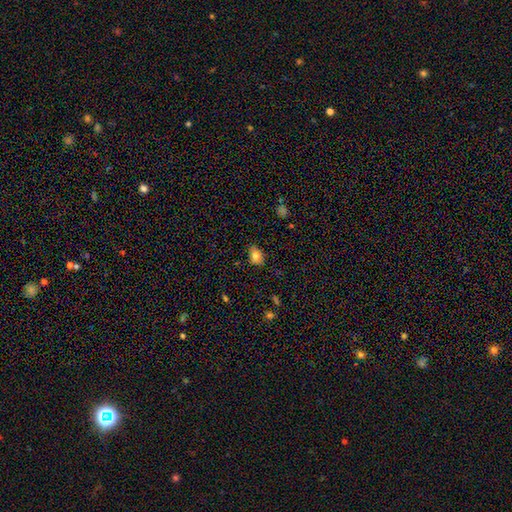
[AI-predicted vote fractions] Morphology: type=smooth (80%); roundness=in between (72%); merging=none (80%).